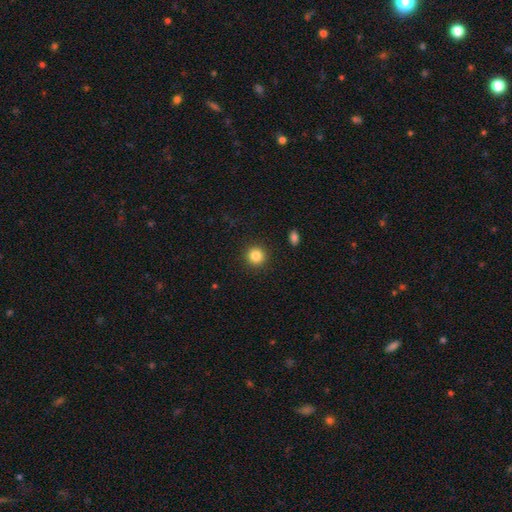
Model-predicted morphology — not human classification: A smooth galaxy with no disk features (85%) that is round (92%).

Vote fractions:
- Smooth or featured? smooth: 85% / star or artifact: 10% / featured or disk: 5%
- How rounded? round: 92% / in between: 7% / cigar-shaped: 1%
- Merging? none: 92% / minor disturbance: 5% / major disturbance: 2% / merger: 1%